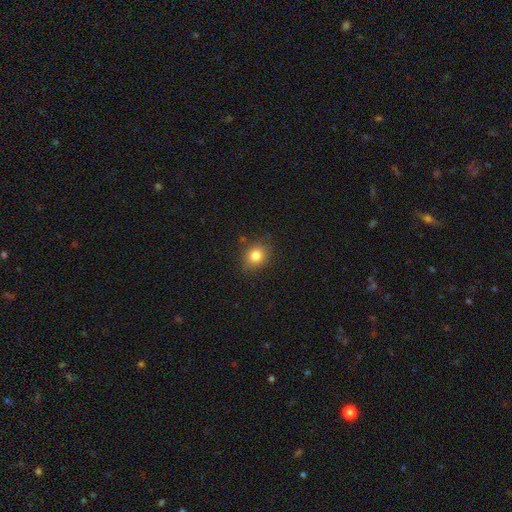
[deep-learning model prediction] Q: Smooth or featured?
A: smooth (82%); runner-up: star or artifact (11%)
Q: How rounded?
A: round (64%); runner-up: in between (35%)
Q: Merging?
A: none (80%); runner-up: minor disturbance (15%)